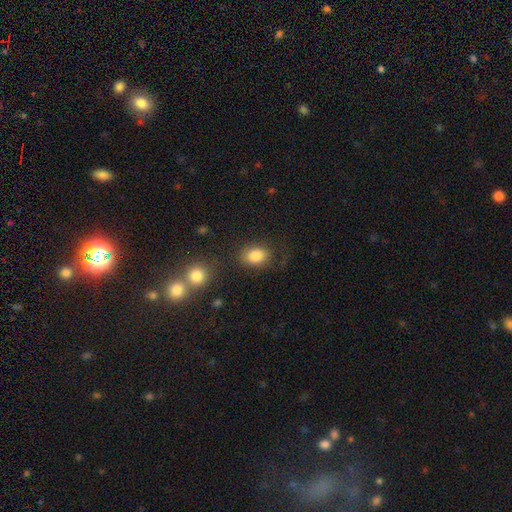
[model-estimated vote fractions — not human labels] Q: Smooth or featured?
A: smooth (85%); runner-up: star or artifact (8%)
Q: How rounded?
A: in between (70%); runner-up: round (29%)
Q: Merging?
A: none (74%); runner-up: minor disturbance (15%)